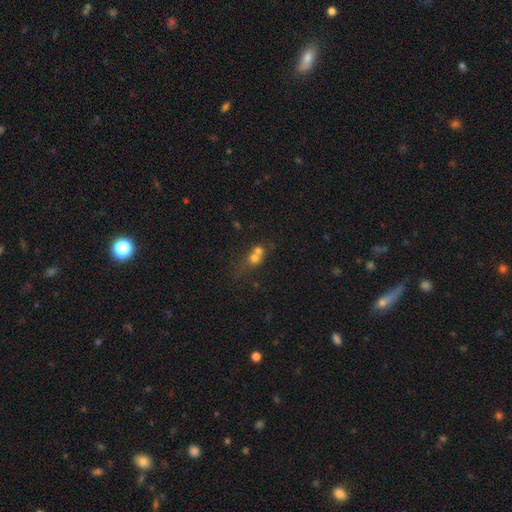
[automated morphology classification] This is likely a smooth galaxy (64%). How rounded: likely round (72%). Merging: likely merger (67%).